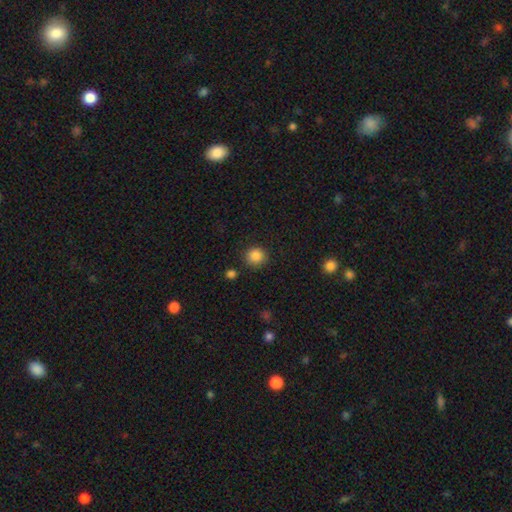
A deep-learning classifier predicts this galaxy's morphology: Smooth or featured?
  - smooth: 86% *
  - star or artifact: 10%
  - featured or disk: 4%
How rounded?
  - round: 90% *
  - in between: 9%
  - cigar-shaped: 1%
Merging?
  - none: 87% *
  - minor disturbance: 8%
  - major disturbance: 3%
  - merger: 3%